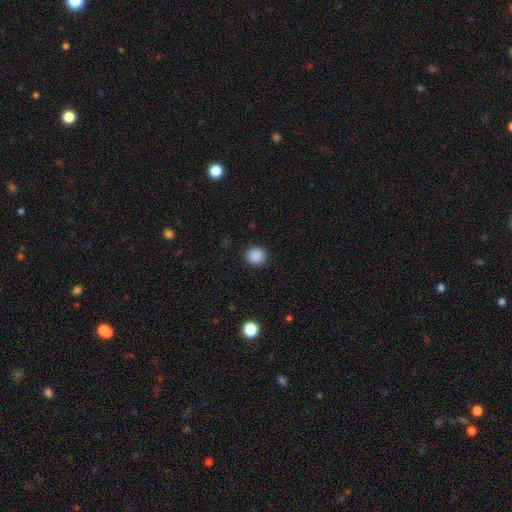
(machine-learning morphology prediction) The model was most divided on "smooth or featured": smooth: 88%, star or artifact: 10%, featured or disk: 2%. More confident: how rounded — round (91%); merging — none (90%).